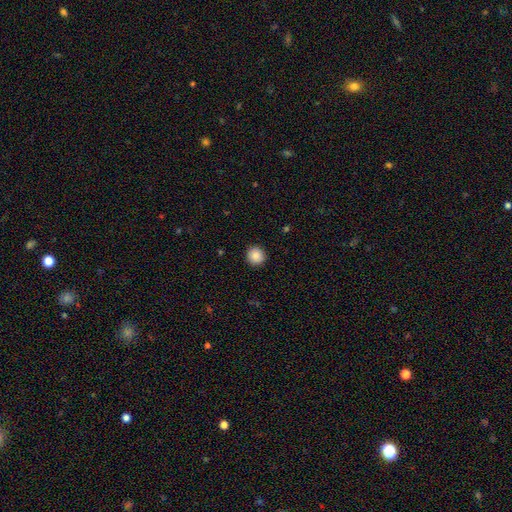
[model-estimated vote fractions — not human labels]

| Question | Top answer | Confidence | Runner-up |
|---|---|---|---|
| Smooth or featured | smooth | 87% | star or artifact (9%) |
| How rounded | round | 94% | in between (5%) |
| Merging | none | 92% | minor disturbance (5%) |